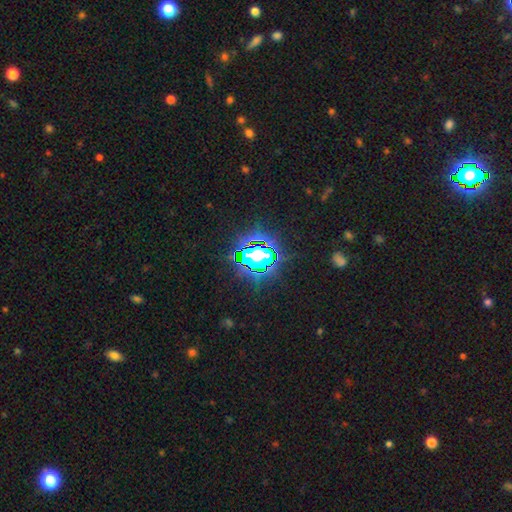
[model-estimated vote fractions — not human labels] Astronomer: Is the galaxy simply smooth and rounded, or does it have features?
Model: star or artifact — 77%.